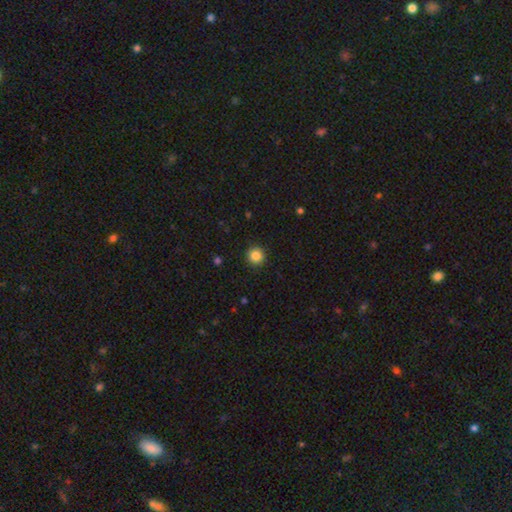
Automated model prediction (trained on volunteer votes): This appears to be a smooth galaxy with no disk features (85%) that is round (95%). Merging: none (92%).